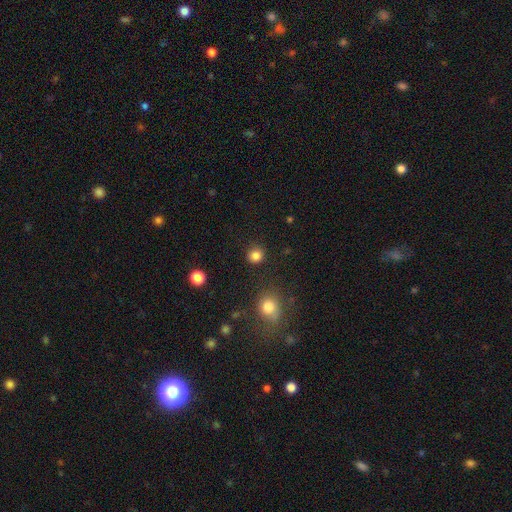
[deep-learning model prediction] A smooth galaxy with no disk features (84%) that is round (90%).

Vote fractions:
- Smooth or featured? smooth: 84% / star or artifact: 12% / featured or disk: 4%
- How rounded? round: 90% / in between: 9% / cigar-shaped: 1%
- Merging? none: 89% / minor disturbance: 7% / major disturbance: 3% / merger: 2%